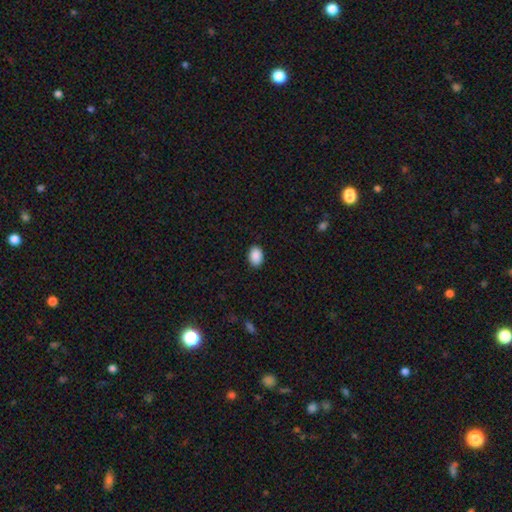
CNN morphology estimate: Smooth or featured? smooth (90%)
How rounded? in between (79%)
Merging? none (89%)